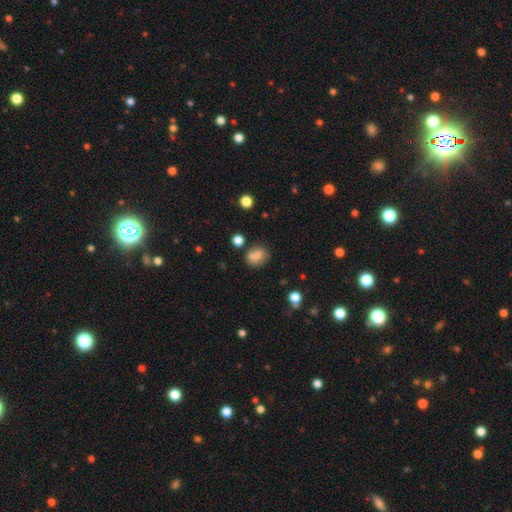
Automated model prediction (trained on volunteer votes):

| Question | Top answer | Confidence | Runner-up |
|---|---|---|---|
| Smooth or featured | smooth | 78% | star or artifact (11%) |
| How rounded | in between | 54% | round (45%) |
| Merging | none | 61% | minor disturbance (17%) |